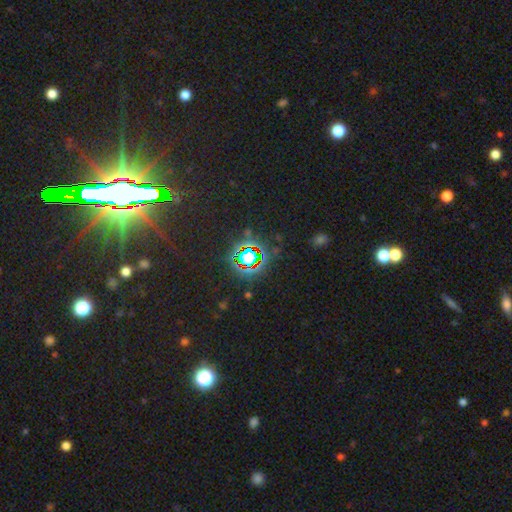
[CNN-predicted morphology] Smooth or featured? Predicted: star or artifact (p=0.83).